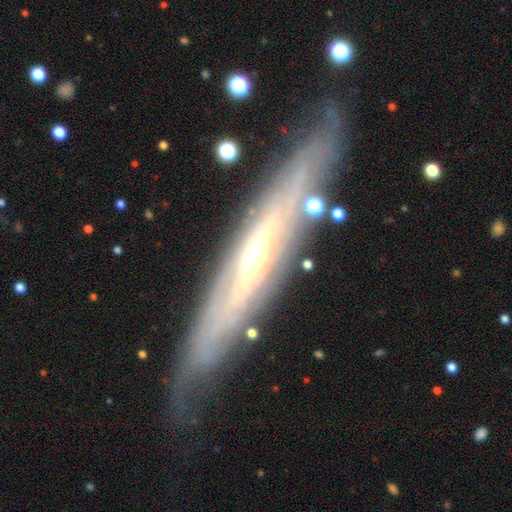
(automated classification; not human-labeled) A featured or disk galaxy (81%) viewed edge-on (64%) with a rounded central bulge (64%). Merging: none (77%).